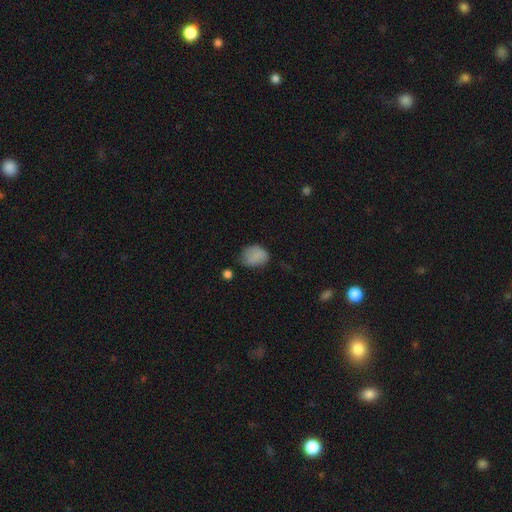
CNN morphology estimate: Smooth or featured: smooth — 81% (star or artifact — 10%)
How rounded: in between — 58% (round — 41%)
Merging: none — 55% (minor disturbance — 32%)